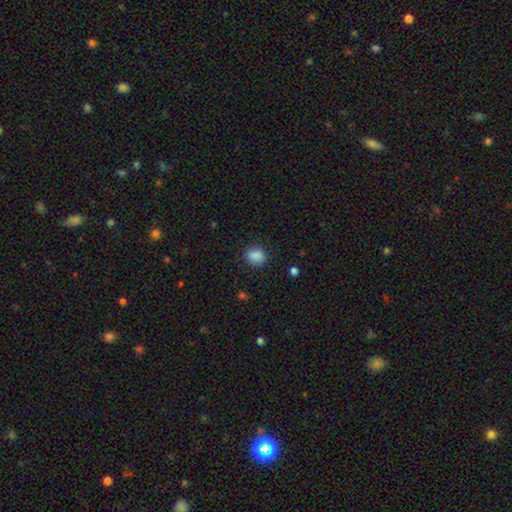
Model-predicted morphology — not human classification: A smooth galaxy with no disk features (87%) that is round (56%).

Vote fractions:
- Smooth or featured? smooth: 87% / star or artifact: 9% / featured or disk: 4%
- How rounded? round: 56% / in between: 43% / cigar-shaped: 1%
- Merging? none: 85% / minor disturbance: 11% / major disturbance: 3% / merger: 1%